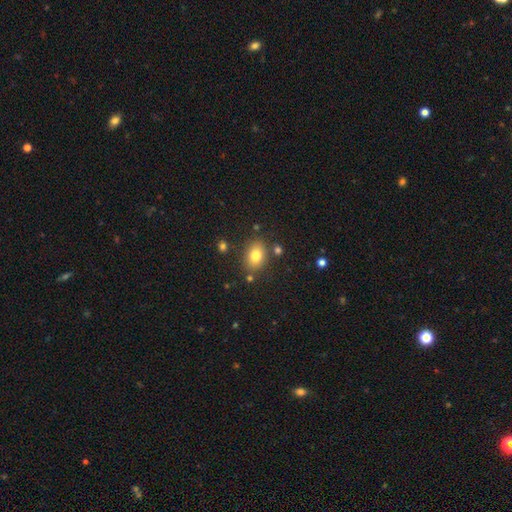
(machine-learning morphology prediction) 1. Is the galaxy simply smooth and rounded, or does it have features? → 79% smooth, 11% star or artifact, 10% featured or disk.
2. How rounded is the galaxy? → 70% in between, 29% round, 1% cigar-shaped.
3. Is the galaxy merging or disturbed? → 80% none, 11% minor disturbance, 5% merger, 3% major disturbance.